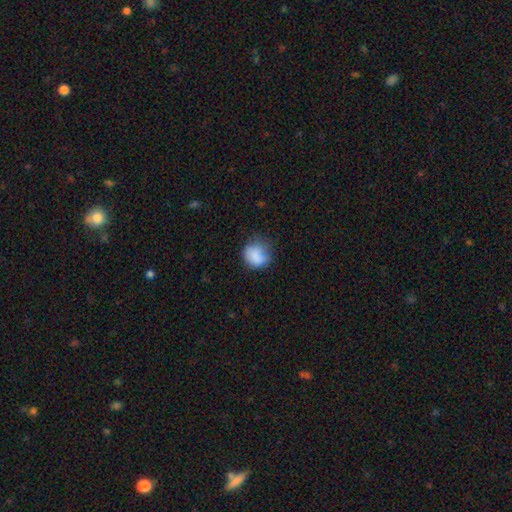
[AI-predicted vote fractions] This is clearly a smooth galaxy (83%). How rounded: likely round (75%). Merging: possibly none (55%).